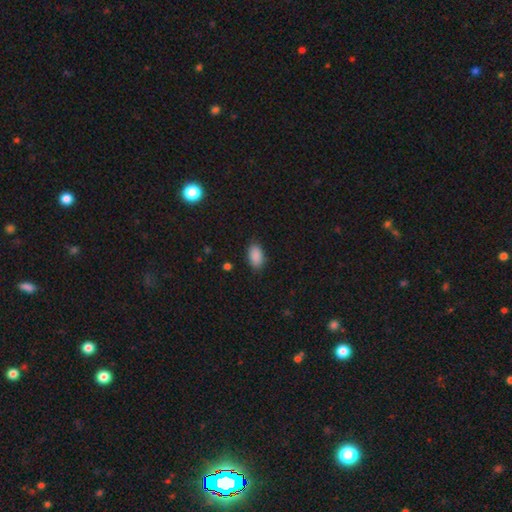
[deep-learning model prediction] This appears to be a smooth galaxy with no disk features (89%) that is in between round and cigar-shaped (92%). Merging: none (85%).